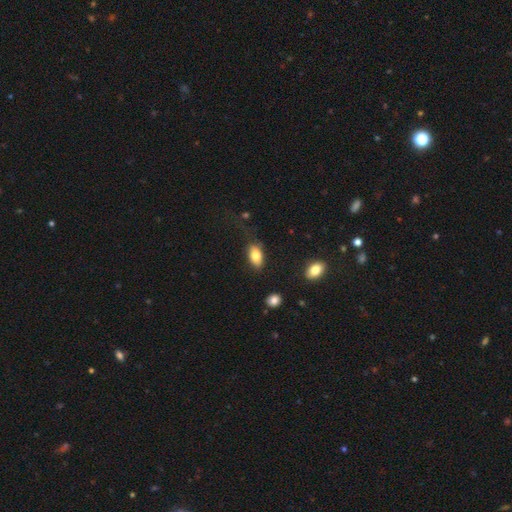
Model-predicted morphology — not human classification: The model was most divided on "merging": none: 70%, minor disturbance: 20%, major disturbance: 8%, merger: 3%. More confident: how rounded — in between (90%); smooth or featured — smooth (80%).